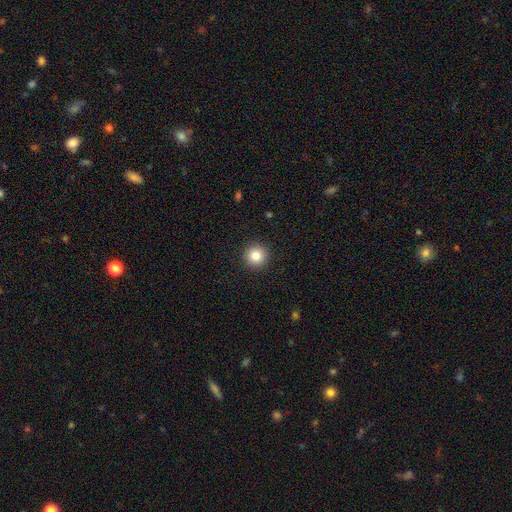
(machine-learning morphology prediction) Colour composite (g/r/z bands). It shows a smooth galaxy with no disk features (84%) that is round (96%). Merging: none (93%).